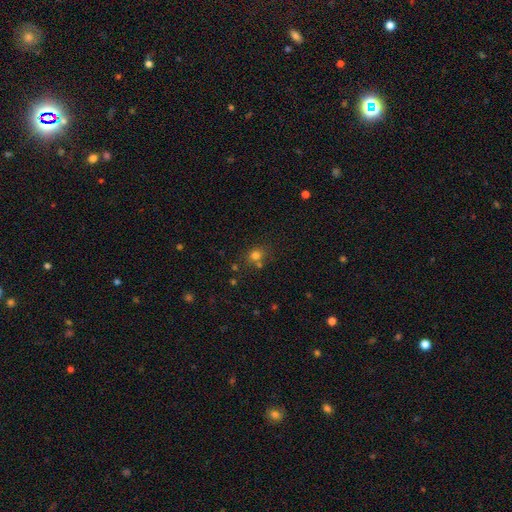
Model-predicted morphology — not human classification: Smooth or featured?
  - smooth: 75% *
  - star or artifact: 18%
  - featured or disk: 7%
How rounded?
  - round: 78% *
  - in between: 21%
  - cigar-shaped: 1%
Merging?
  - none: 68% *
  - merger: 17%
  - minor disturbance: 11%
  - major disturbance: 4%